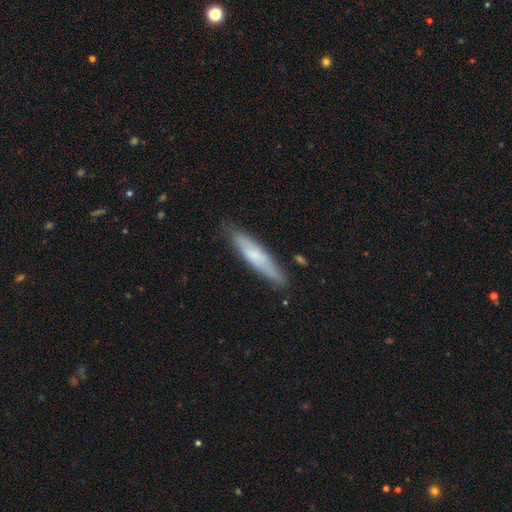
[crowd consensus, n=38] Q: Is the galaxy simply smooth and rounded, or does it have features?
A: smooth — 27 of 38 (71%).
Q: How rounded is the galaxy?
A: cigar-shaped — 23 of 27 (85%).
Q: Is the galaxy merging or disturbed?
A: none — 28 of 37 (76%).